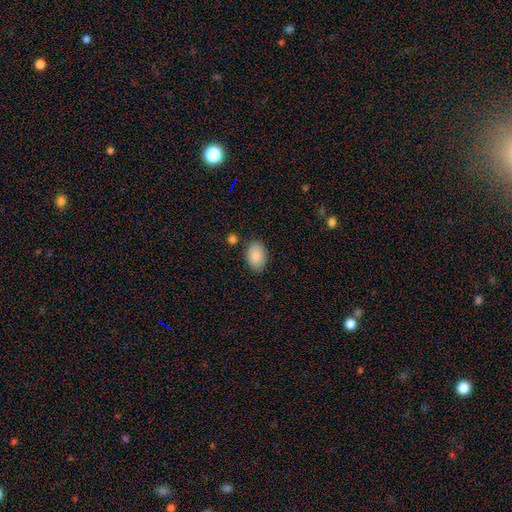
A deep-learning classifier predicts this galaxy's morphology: Q: Smooth or featured?
A: smooth (89%); runner-up: star or artifact (6%)
Q: How rounded?
A: in between (89%); runner-up: round (10%)
Q: Merging?
A: none (81%); runner-up: minor disturbance (12%)